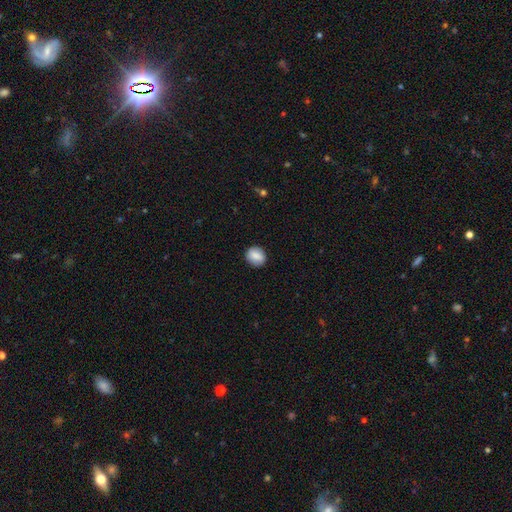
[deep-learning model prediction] Morphology: type=smooth (85%); roundness=round (74%); merging=none (89%).